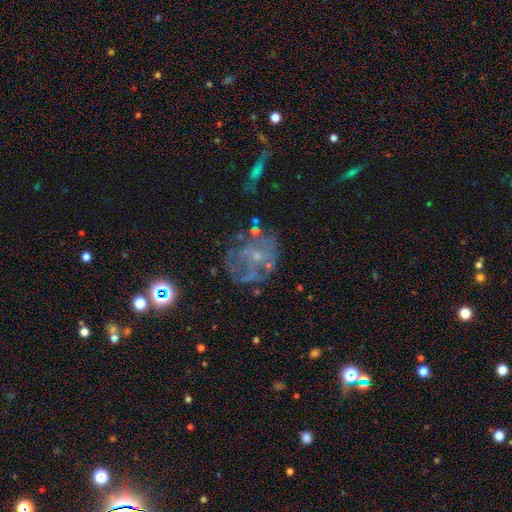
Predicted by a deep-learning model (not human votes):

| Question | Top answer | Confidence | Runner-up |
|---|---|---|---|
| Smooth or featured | featured or disk | 59% | smooth (21%) |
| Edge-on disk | no | 97% | yes (3%) |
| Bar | no | 82% | weak (15%) |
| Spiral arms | no | 61% | yes (39%) |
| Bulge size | small | 66% | moderate (16%) |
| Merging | none | 51% | major disturbance (23%) |